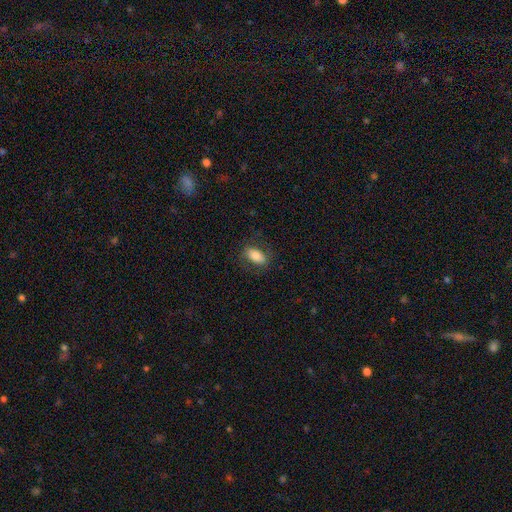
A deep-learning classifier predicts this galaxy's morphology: Q: Smooth or featured?
A: smooth (80%); runner-up: featured or disk (12%)
Q: How rounded?
A: in between (90%); runner-up: round (5%)
Q: Merging?
A: none (78%); runner-up: minor disturbance (14%)